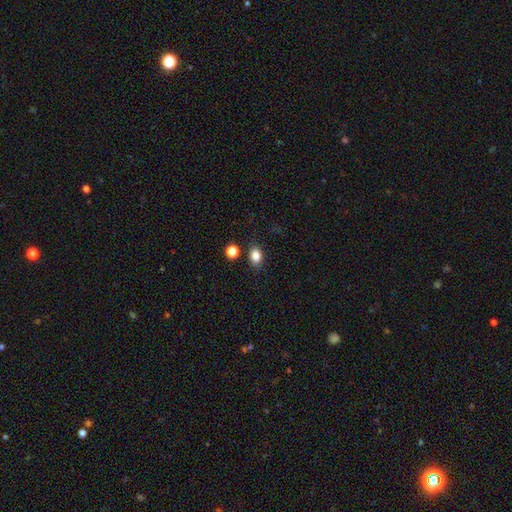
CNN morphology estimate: smooth_or_featured: smooth (p=0.83) [alt: star or artifact p=0.11]
how_rounded: in between (p=0.64) [alt: round p=0.35]
merging: none (p=0.80) [alt: minor disturbance p=0.11]